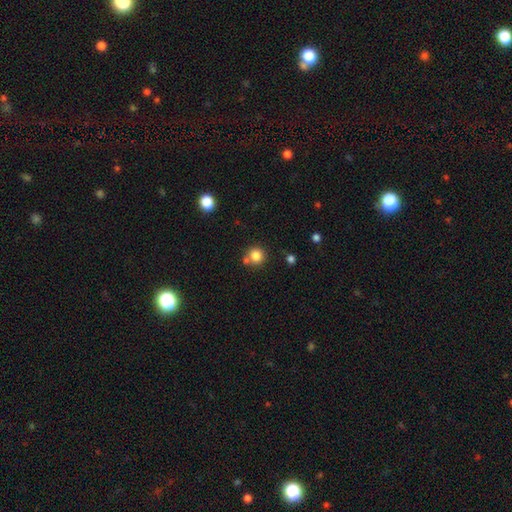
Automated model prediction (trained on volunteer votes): smooth-or-featured: smooth: 82% | star or artifact: 11% | featured or disk: 6%
  how-rounded: round: 91% | in between: 8% | cigar-shaped: 1%
  merging: none: 69% | merger: 19% | minor disturbance: 9% | major disturbance: 3%